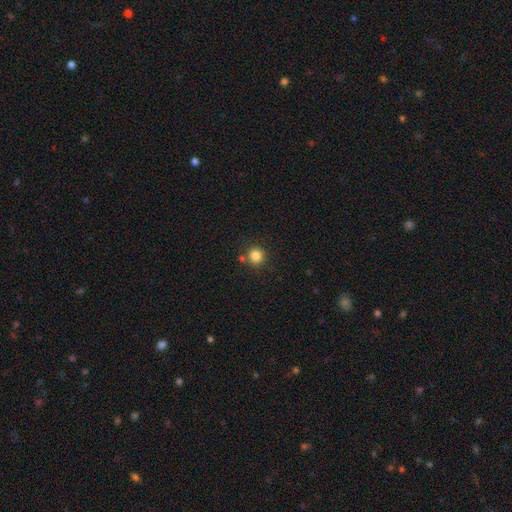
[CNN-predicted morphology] Overall: smooth (83%). How rounded: round (93%). Merging: none (80%).